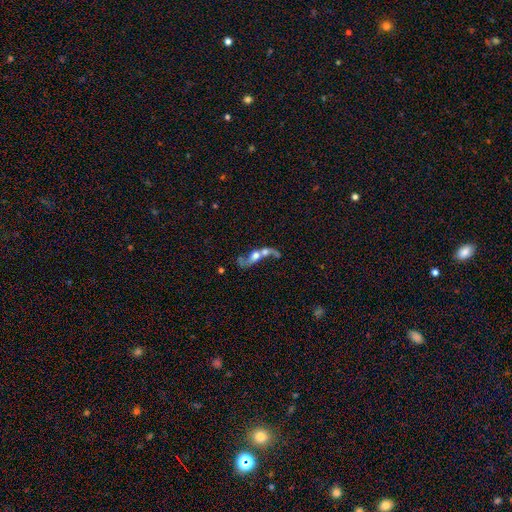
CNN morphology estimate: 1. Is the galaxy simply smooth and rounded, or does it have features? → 54% featured or disk, 35% smooth, 11% star or artifact.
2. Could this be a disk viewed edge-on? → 88% no, 12% yes.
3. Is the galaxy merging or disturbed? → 68% merger, 13% major disturbance, 13% none, 6% minor disturbance.